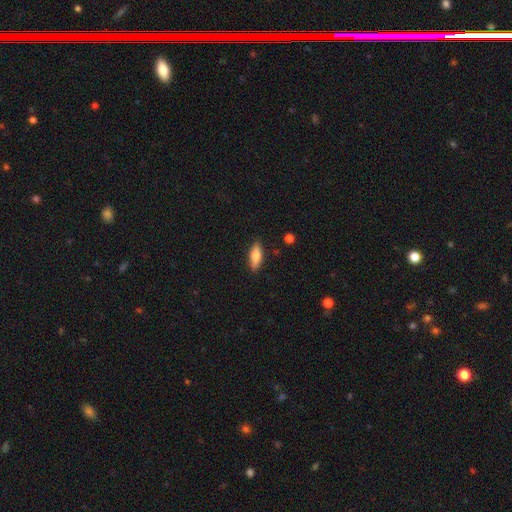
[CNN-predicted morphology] smooth-or-featured: smooth: 75% | featured or disk: 19% | star or artifact: 6%
  how-rounded: in between: 65% | cigar-shaped: 32% | round: 2%
  merging: none: 86% | minor disturbance: 11% | major disturbance: 2% | merger: 1%